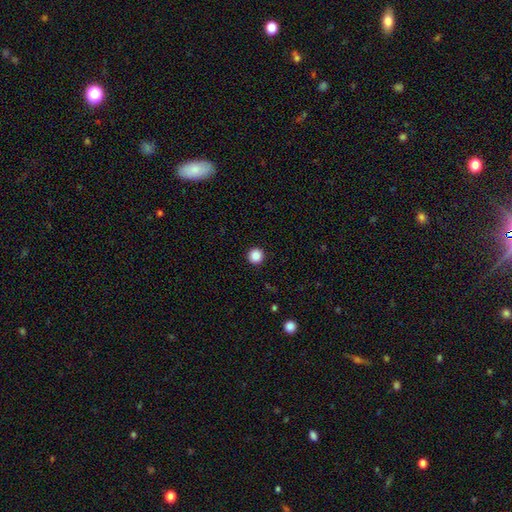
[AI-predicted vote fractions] Q: Smooth or featured?
A: smooth (88%); runner-up: star or artifact (10%)
Q: How rounded?
A: round (96%); runner-up: in between (3%)
Q: Merging?
A: none (94%); runner-up: minor disturbance (4%)